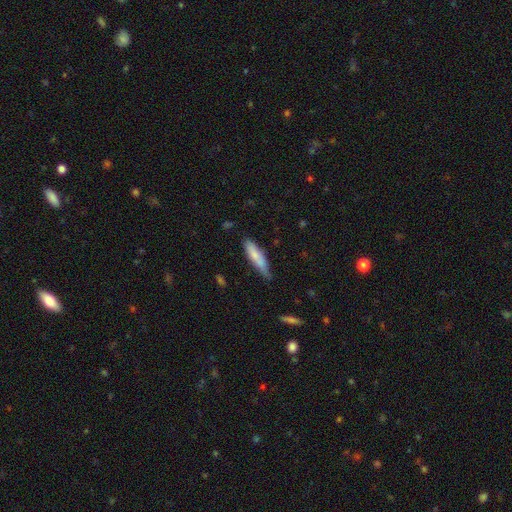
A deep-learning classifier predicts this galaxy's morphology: Smooth or featured: smooth — 75% (featured or disk — 19%)
How rounded: cigar-shaped — 71% (in between — 27%)
Merging: none — 58% (minor disturbance — 34%)